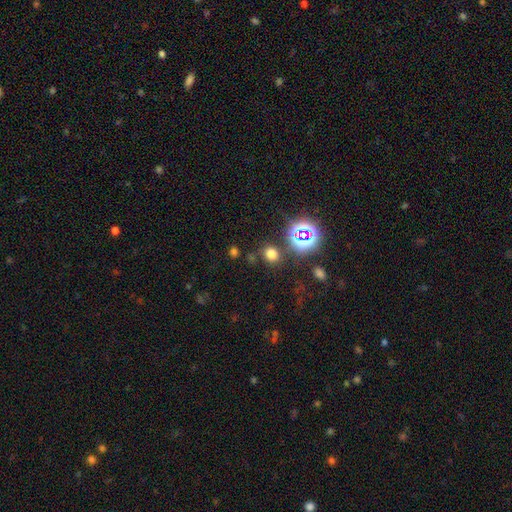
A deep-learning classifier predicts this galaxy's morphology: Q: Smooth or featured?
A: star or artifact (59%); runner-up: smooth (33%)